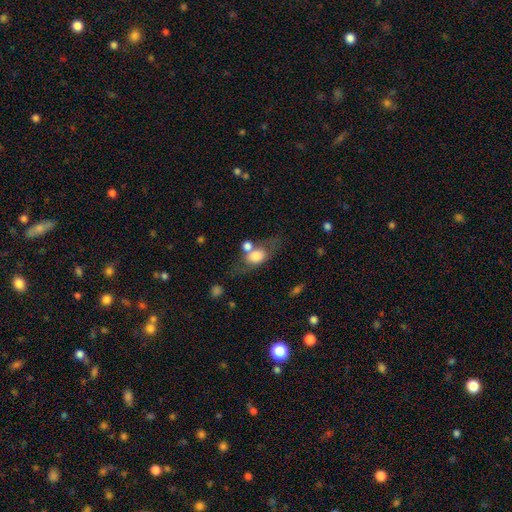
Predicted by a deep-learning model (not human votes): Q: Smooth or featured?
A: smooth (66%); runner-up: featured or disk (26%)
Q: How rounded?
A: in between (71%); runner-up: round (24%)
Q: Merging?
A: none (44%); runner-up: merger (27%)